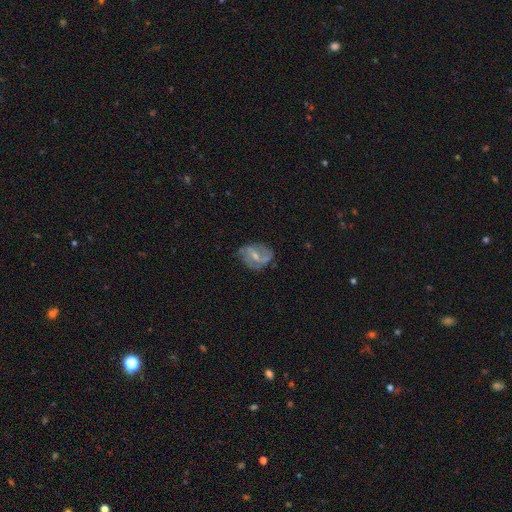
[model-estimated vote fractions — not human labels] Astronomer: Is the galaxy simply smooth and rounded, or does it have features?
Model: featured or disk — 70%.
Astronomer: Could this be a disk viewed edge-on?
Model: no — 97%.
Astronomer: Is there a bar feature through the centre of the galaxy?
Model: weak — 50% (runner-up: strong, 27%).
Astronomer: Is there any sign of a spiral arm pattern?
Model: yes — 84%.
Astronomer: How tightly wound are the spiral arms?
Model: medium — 41%, tied with loose at 41%.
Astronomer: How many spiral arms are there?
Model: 2 — 66%.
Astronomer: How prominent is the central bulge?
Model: small — 54% (runner-up: moderate, 38%).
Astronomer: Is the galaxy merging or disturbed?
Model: none — 60%.